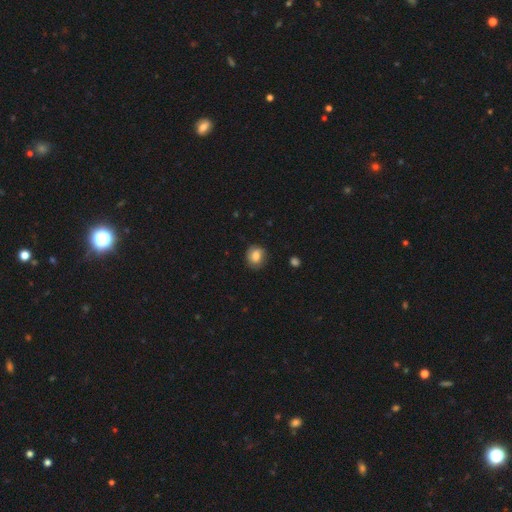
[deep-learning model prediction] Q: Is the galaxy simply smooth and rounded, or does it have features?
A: smooth — 71%.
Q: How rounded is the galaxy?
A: round — 67%.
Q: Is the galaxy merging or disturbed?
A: none — 75%.